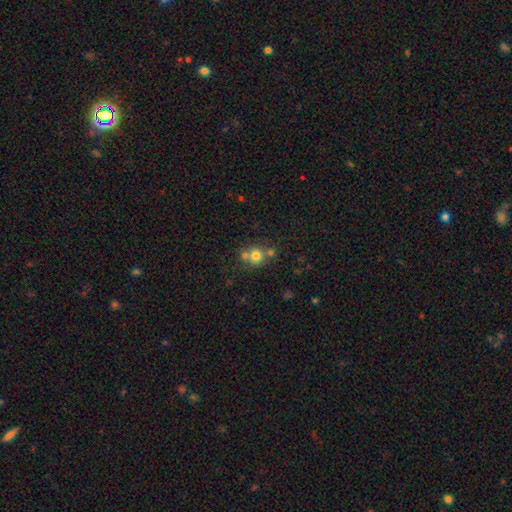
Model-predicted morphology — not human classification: type=smooth (75%); roundness=round (88%); merging=none (57%).